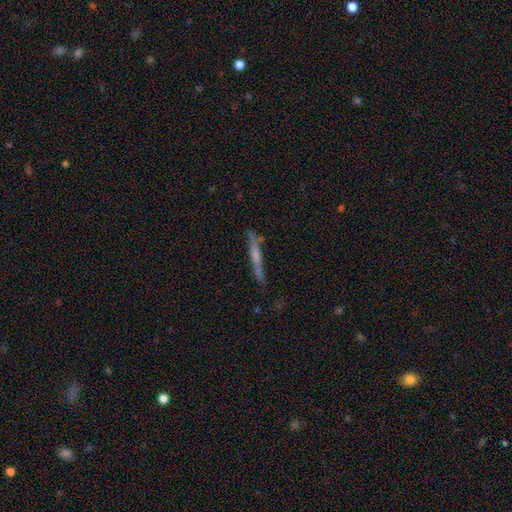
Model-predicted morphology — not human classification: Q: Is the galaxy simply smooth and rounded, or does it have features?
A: featured or disk — 55%.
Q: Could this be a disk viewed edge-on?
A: yes — 94%.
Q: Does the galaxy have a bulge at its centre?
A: none — 47%.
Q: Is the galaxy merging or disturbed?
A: none — 79%.